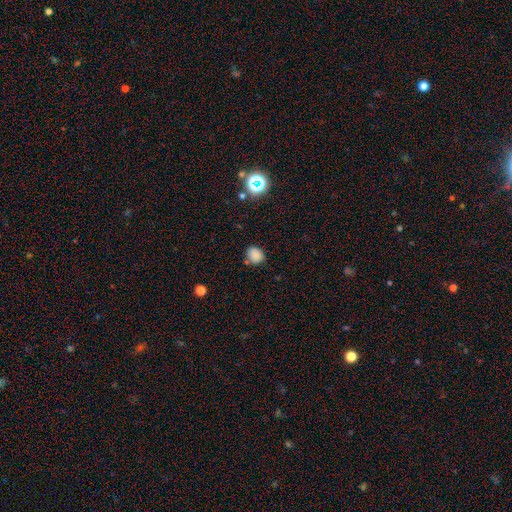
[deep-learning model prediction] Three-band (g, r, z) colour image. It shows a smooth galaxy with no disk features (81%) that is round (57%). Merging: none (75%).